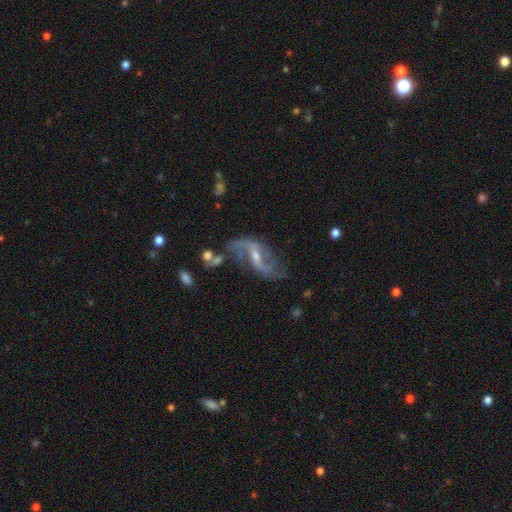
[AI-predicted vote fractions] Smooth or featured?
  - featured or disk: 86% *
  - star or artifact: 8%
  - smooth: 7%
Edge-on disk?
  - no: 94% *
  - yes: 6%
Bar?
  - weak: 46% *
  - strong: 27%
  - no: 27%
Spiral arms?
  - yes: 94% *
  - no: 6%
Spiral winding?
  - loose: 68% *
  - medium: 24%
  - tight: 8%
Spiral arm count?
  - 2: 88% *
  - can't tell: 4%
  - 1: 3%
  - 3: 2%
  - 4: 1%
  - more than 4: 1%
Bulge size?
  - small: 56% *
  - moderate: 38%
  - none: 3%
  - large: 2%
  - dominant: 1%
Merging?
  - none: 64% *
  - minor disturbance: 19%
  - major disturbance: 11%
  - merger: 7%